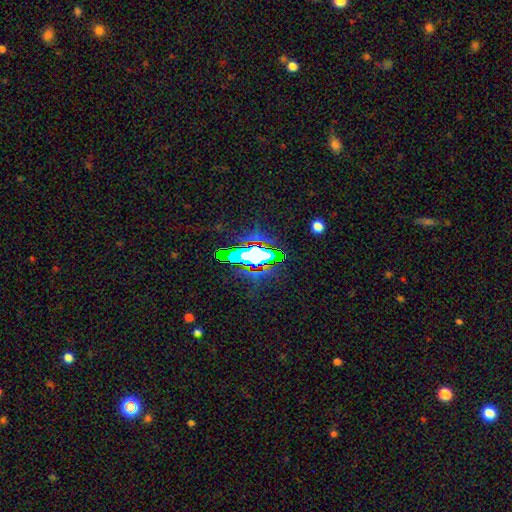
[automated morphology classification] A star or artifact, not a galaxy (55%).

Vote fractions:
- Smooth or featured? star or artifact: 55% / smooth: 25% / featured or disk: 20%